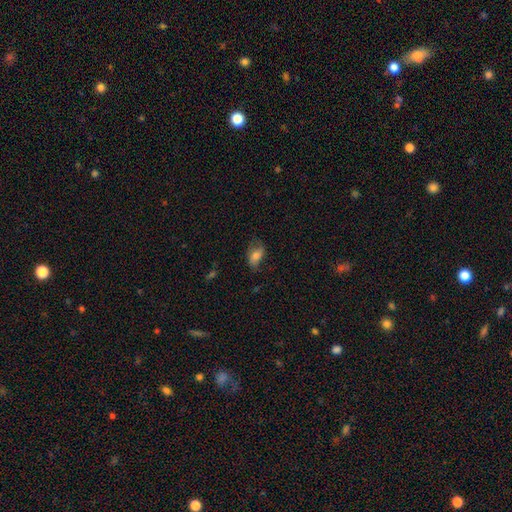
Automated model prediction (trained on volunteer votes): Smooth or featured: smooth — 69% (featured or disk — 22%)
How rounded: in between — 88% (round — 9%)
Merging: none — 57% (minor disturbance — 28%)